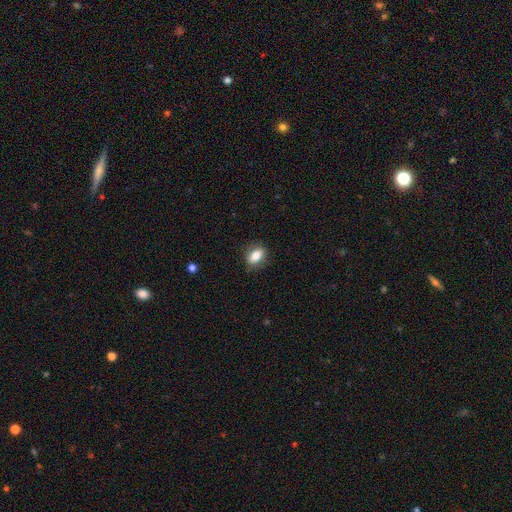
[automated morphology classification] This appears to be a smooth galaxy with no disk features (81%) that is in between round and cigar-shaped (79%). Merging: none (84%).